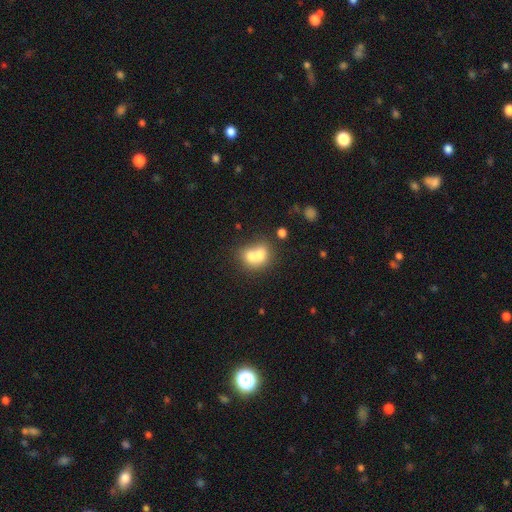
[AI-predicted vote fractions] smooth 70%, featured or disk 21%, star or artifact 10%. Down the decision tree: how rounded — round (58%); merging — merger (68%).